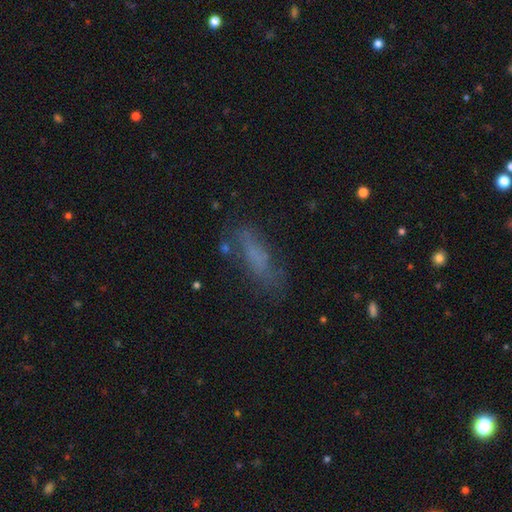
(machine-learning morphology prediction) This is likely a smooth galaxy (60%). How rounded: possibly cigar-shaped (49%). Merging: likely none (60%).